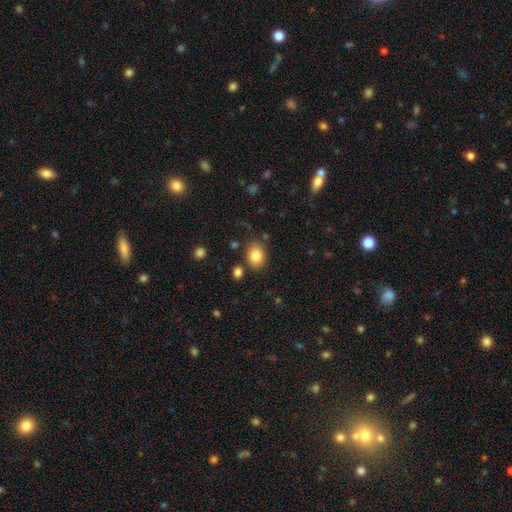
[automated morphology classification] Overall: smooth (84%). How rounded: in between (60%; round 39%). Merging: none (81%).